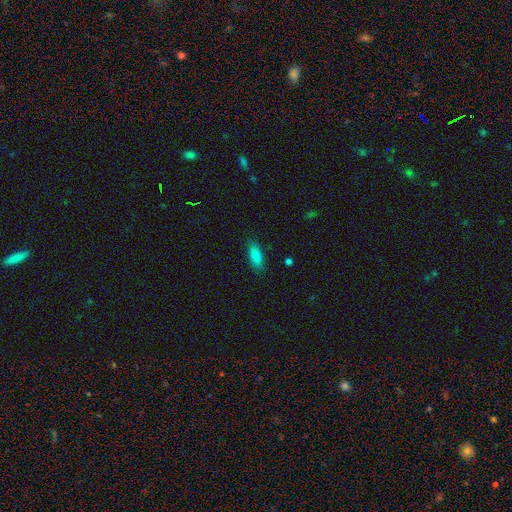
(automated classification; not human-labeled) Morphology: type=smooth (85%); roundness=in between (69%); merging=none (86%).